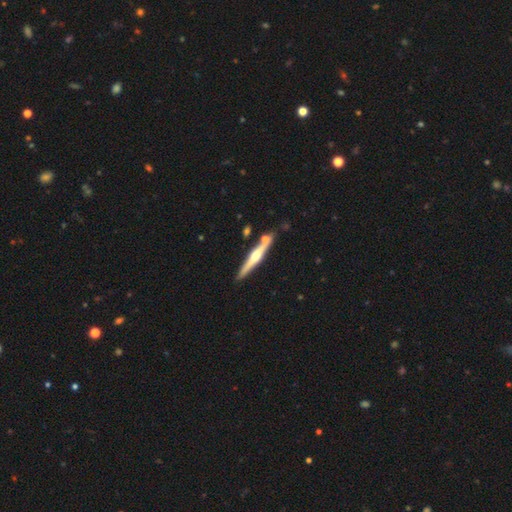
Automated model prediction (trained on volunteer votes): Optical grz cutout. It shows a featured or disk galaxy (66%) viewed edge-on (97%) with a rounded central bulge (86%). Merging: none (78%).